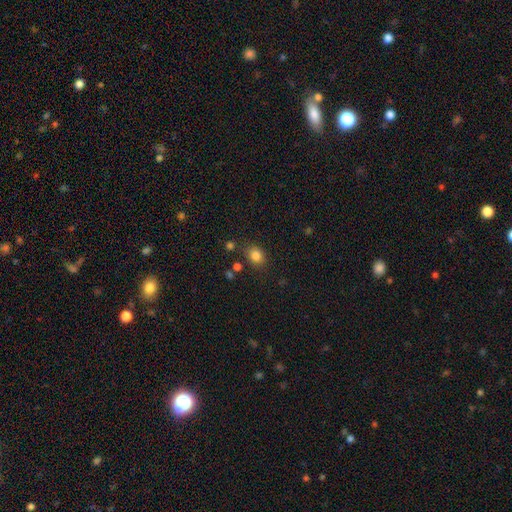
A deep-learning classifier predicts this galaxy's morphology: Q: Smooth or featured?
A: smooth (83%); runner-up: star or artifact (12%)
Q: How rounded?
A: round (58%); runner-up: in between (41%)
Q: Merging?
A: none (79%); runner-up: minor disturbance (12%)